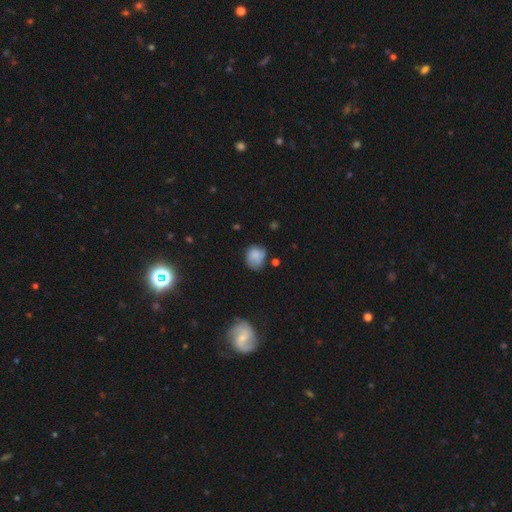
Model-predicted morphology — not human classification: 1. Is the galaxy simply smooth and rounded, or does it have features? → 76% smooth, 15% featured or disk, 9% star or artifact.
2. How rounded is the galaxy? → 65% round, 34% in between, 1% cigar-shaped.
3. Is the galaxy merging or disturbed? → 54% none, 31% minor disturbance, 10% major disturbance, 5% merger.